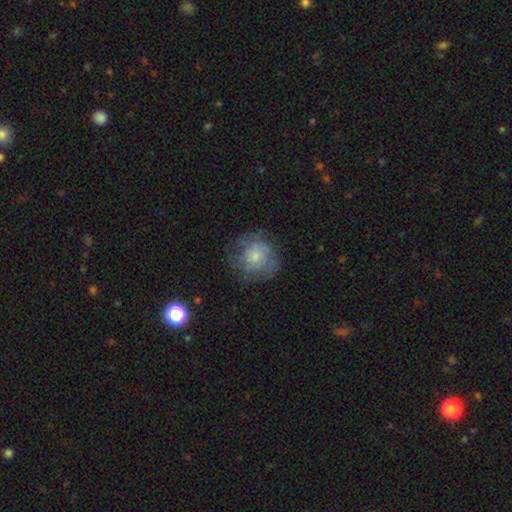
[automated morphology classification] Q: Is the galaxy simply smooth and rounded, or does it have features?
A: smooth — 50%.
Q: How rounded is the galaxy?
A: round — 86%.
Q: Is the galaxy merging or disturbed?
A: none — 64%.